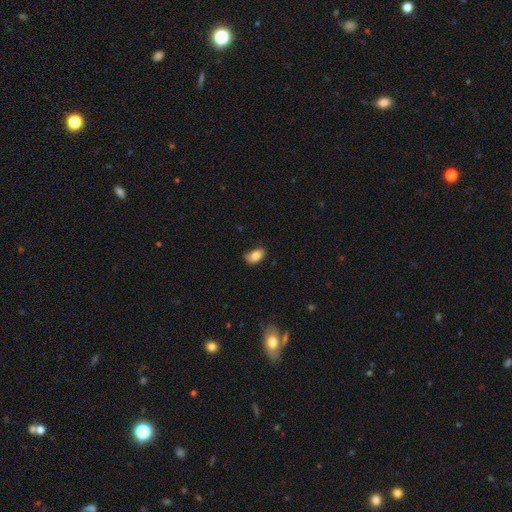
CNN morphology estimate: Q: Smooth or featured?
A: smooth (82%); runner-up: featured or disk (10%)
Q: How rounded?
A: in between (89%); runner-up: round (10%)
Q: Merging?
A: none (66%); runner-up: minor disturbance (27%)